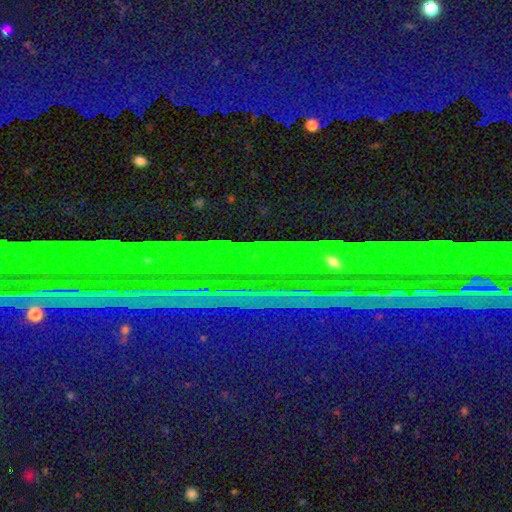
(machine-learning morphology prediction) star or artifact 89%, featured or disk 6%, smooth 5%.